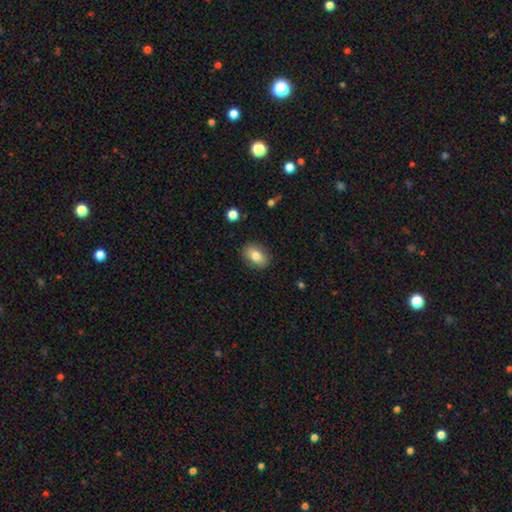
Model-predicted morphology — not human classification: Smooth or featured? smooth (79%)
How rounded? in between (81%)
Merging? none (87%)